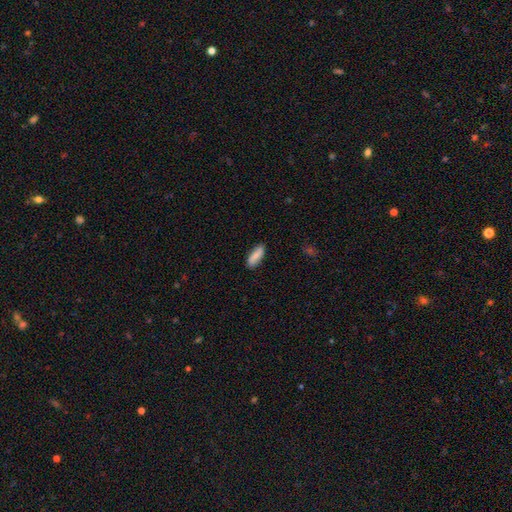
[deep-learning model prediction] smooth-or-featured: smooth: 80% | featured or disk: 14% | star or artifact: 6%
  how-rounded: in between: 65% | cigar-shaped: 33% | round: 2%
  merging: none: 84% | minor disturbance: 12% | major disturbance: 2% | merger: 2%